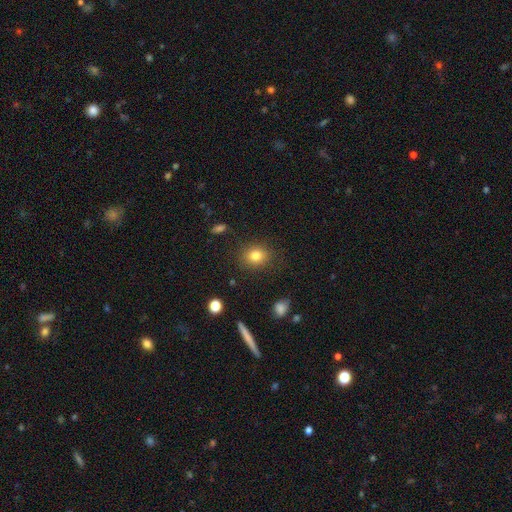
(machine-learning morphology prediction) Q: Smooth or featured?
A: smooth (81%); runner-up: star or artifact (11%)
Q: How rounded?
A: round (64%); runner-up: in between (35%)
Q: Merging?
A: none (85%); runner-up: minor disturbance (10%)